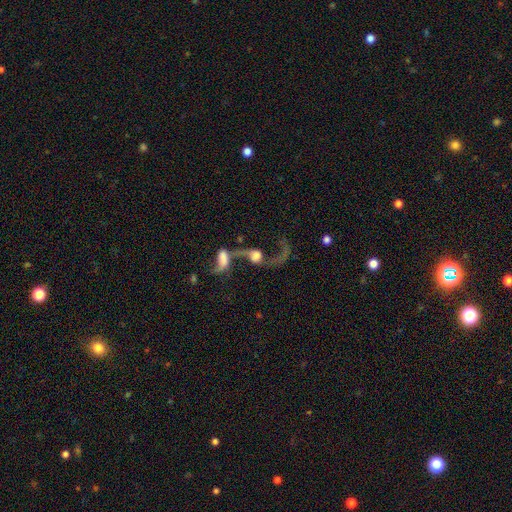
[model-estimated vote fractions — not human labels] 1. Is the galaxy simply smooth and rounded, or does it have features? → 75% featured or disk, 16% smooth, 9% star or artifact.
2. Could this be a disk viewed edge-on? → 93% no, 7% yes.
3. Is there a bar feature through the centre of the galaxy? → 61% no, 26% weak, 13% strong.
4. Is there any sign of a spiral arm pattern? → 83% yes, 17% no.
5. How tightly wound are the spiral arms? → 91% loose, 8% medium, 2% tight.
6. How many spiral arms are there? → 72% 2, 22% 1, 3% can't tell, 1% 3, 1% 4, 1% more than 4.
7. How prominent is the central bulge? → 32% moderate (tied), 32% large (tied), 14% small, 13% none, 9% dominant.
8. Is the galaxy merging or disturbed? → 57% merger, 20% none, 16% major disturbance, 7% minor disturbance.